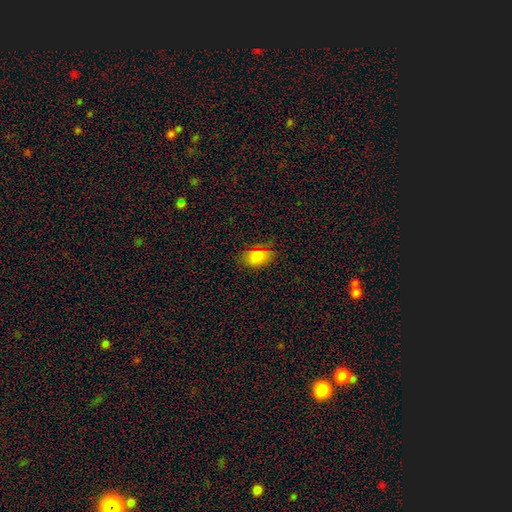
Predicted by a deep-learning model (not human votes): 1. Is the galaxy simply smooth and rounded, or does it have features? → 81% smooth, 11% star or artifact, 9% featured or disk.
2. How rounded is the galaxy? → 84% in between, 14% round, 2% cigar-shaped.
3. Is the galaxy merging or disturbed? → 78% none, 17% minor disturbance, 4% major disturbance, 1% merger.